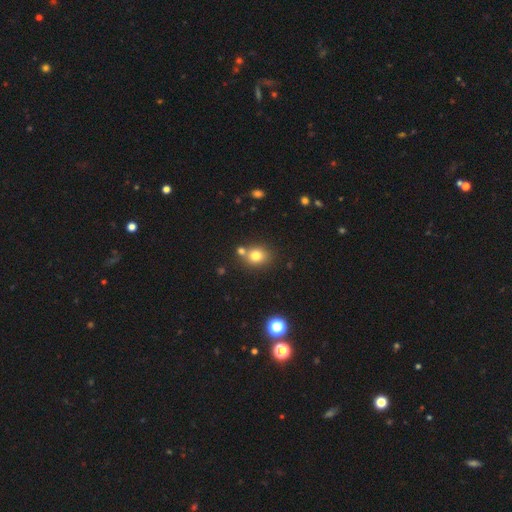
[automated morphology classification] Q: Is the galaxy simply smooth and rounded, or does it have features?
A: smooth — 78%.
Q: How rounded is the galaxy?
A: round — 64%.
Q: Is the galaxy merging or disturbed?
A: none — 65%.